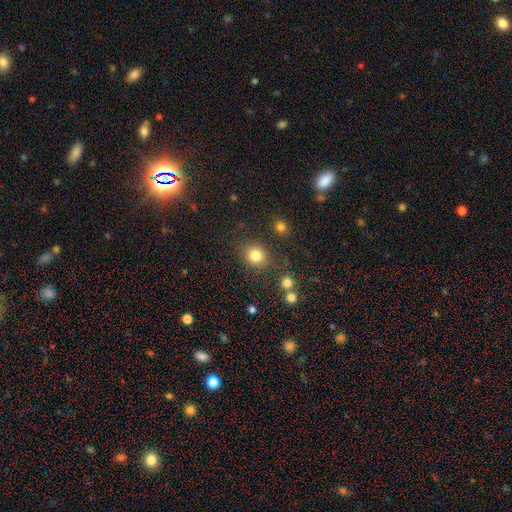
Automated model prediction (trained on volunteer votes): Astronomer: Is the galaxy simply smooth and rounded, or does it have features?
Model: smooth — 82%.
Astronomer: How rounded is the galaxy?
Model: round — 80%.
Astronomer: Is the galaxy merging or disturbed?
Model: none — 81%.